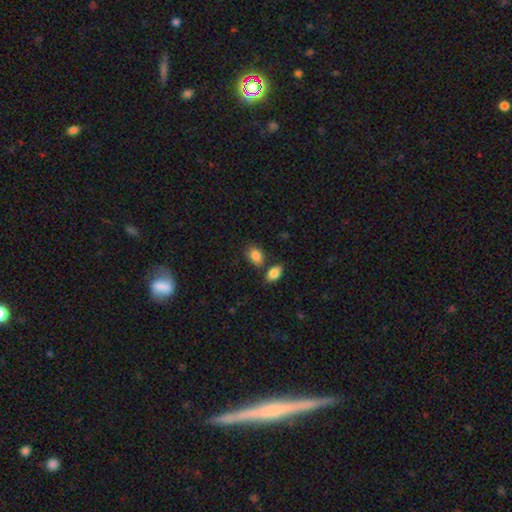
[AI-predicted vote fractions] A smooth galaxy with no disk features (87%) that is in between round and cigar-shaped (86%).

Vote fractions:
- Smooth or featured? smooth: 87% / star or artifact: 8% / featured or disk: 6%
- How rounded? in between: 86% / round: 13% / cigar-shaped: 2%
- Merging? none: 64% / merger: 17% / minor disturbance: 15% / major disturbance: 4%